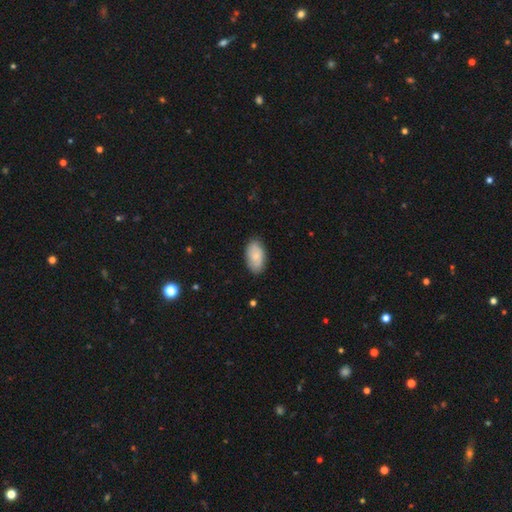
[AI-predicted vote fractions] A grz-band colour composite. It shows a smooth galaxy with no disk features (75%) that is in between round and cigar-shaped (94%). Merging: none (84%).